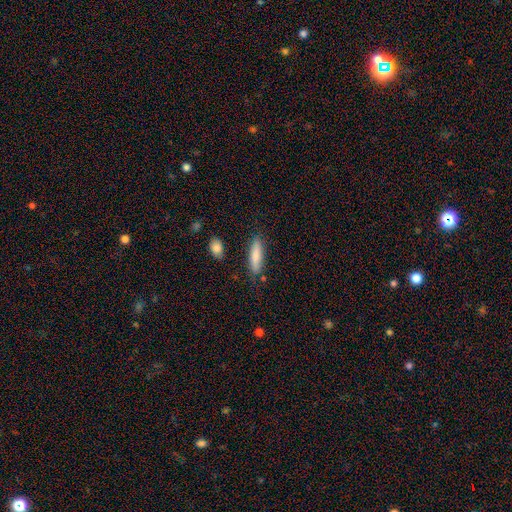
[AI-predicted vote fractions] Q: Smooth or featured?
A: smooth (82%); runner-up: featured or disk (11%)
Q: How rounded?
A: cigar-shaped (68%); runner-up: in between (30%)
Q: Merging?
A: none (82%); runner-up: minor disturbance (12%)